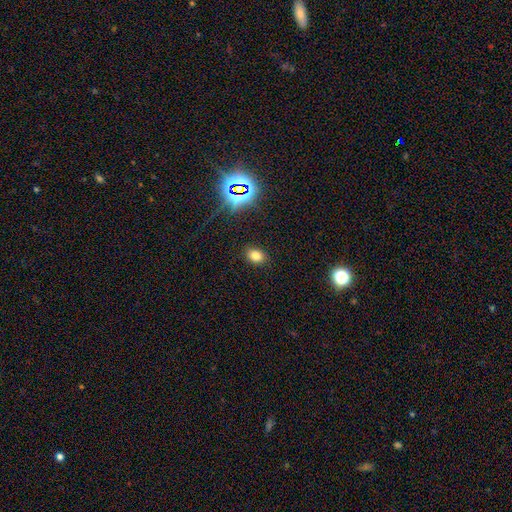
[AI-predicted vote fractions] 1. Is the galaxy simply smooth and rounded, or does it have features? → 74% smooth, 19% star or artifact, 7% featured or disk.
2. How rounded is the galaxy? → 62% in between, 37% round, 1% cigar-shaped.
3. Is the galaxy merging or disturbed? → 87% none, 8% minor disturbance, 3% major disturbance, 1% merger.